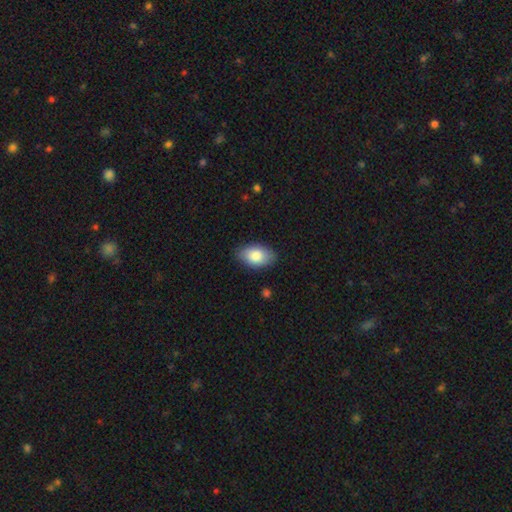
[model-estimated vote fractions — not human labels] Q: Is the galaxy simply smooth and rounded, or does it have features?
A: smooth — 84%.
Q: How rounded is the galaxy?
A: in between — 92%.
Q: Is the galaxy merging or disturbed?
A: none — 85%.